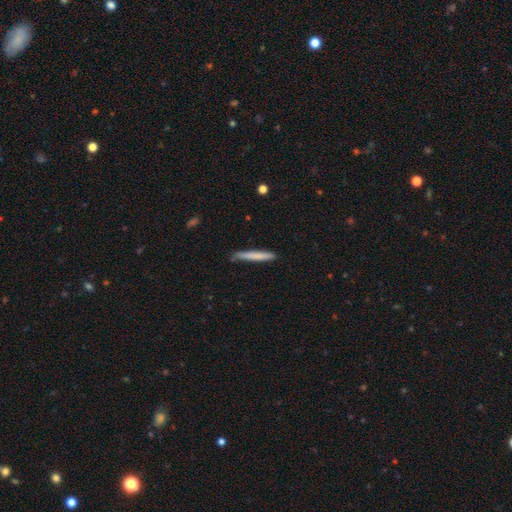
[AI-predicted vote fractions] Overall: smooth (73%). How rounded: cigar-shaped (96%). Merging: none (77%).